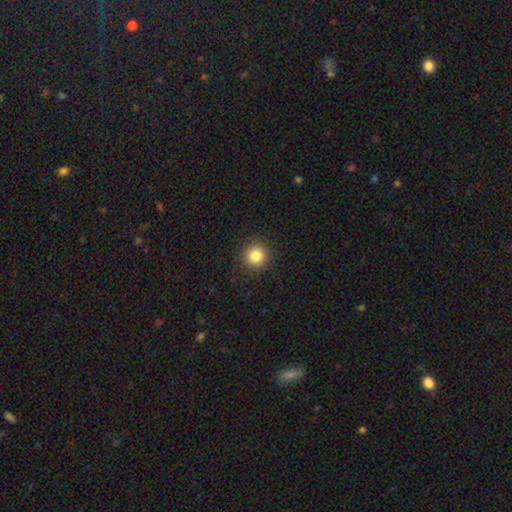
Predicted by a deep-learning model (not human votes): Morphology: type=smooth (83%); roundness=round (95%); merging=none (92%).